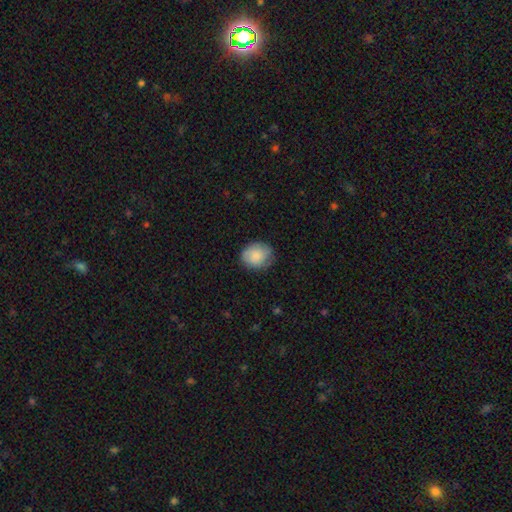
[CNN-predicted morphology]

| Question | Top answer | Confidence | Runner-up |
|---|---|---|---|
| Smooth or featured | smooth | 83% | featured or disk (10%) |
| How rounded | round | 60% | in between (39%) |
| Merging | none | 78% | minor disturbance (17%) |